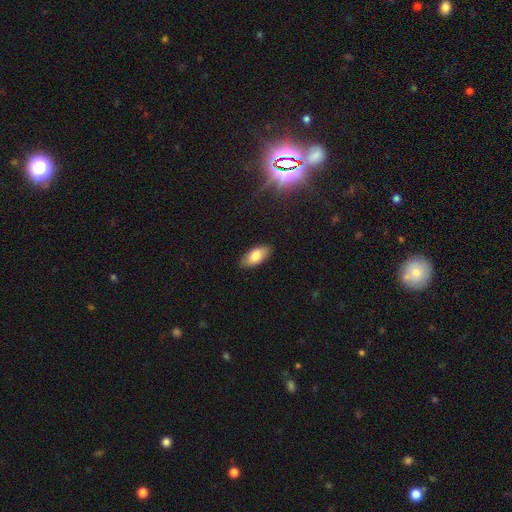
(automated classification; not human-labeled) Smooth or featured?
  - smooth: 80% *
  - featured or disk: 13%
  - star or artifact: 7%
How rounded?
  - in between: 90% *
  - cigar-shaped: 8%
  - round: 2%
Merging?
  - none: 88% *
  - minor disturbance: 9%
  - major disturbance: 2%
  - merger: 1%